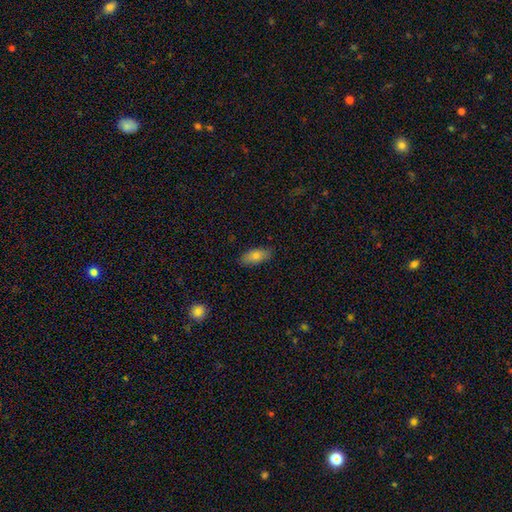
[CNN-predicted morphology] The model was most divided on "smooth or featured": smooth: 78%, featured or disk: 14%, star or artifact: 7%. More confident: merging — none (86%); how rounded — in between (86%).